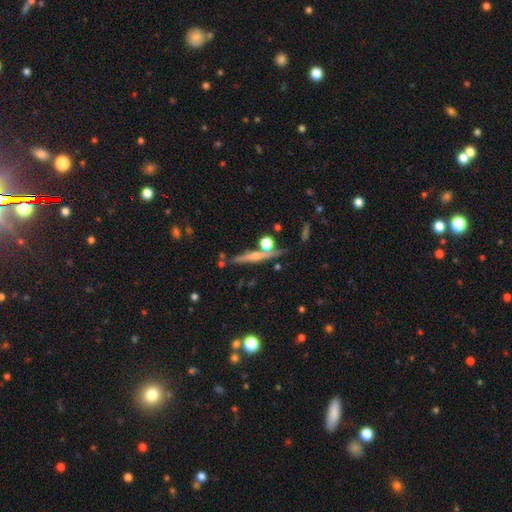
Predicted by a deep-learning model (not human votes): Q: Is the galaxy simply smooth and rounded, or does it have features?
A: featured or disk — 64%.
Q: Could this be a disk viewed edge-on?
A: yes — 95%.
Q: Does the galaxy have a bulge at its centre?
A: rounded — 72%.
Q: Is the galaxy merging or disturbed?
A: none — 77%.